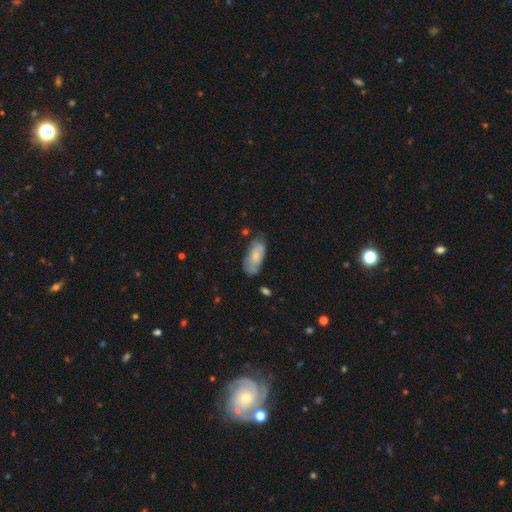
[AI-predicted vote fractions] The model was most divided on "merging": none: 58%, minor disturbance: 30%, major disturbance: 8%, merger: 4%. More confident: how rounded — in between (89%); smooth or featured — smooth (61%).